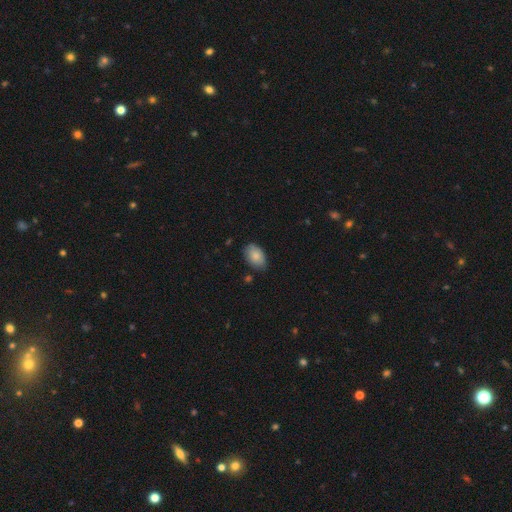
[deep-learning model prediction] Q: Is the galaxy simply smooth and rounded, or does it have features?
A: smooth — 84%.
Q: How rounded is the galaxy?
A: in between — 89%.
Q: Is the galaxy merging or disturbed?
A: none — 73%.